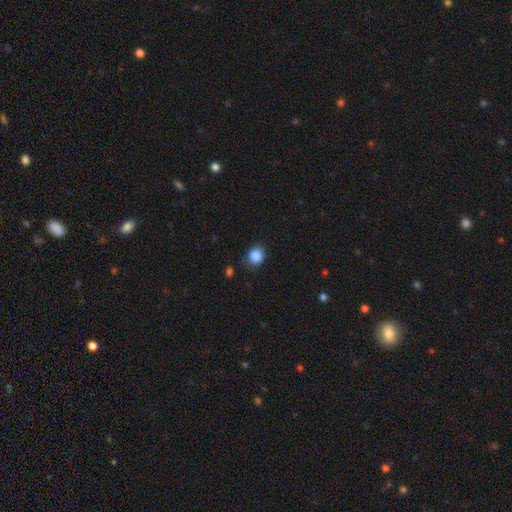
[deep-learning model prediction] Smooth or featured: smooth — 87% (star or artifact — 10%)
How rounded: round — 71% (in between — 28%)
Merging: none — 78% (minor disturbance — 16%)